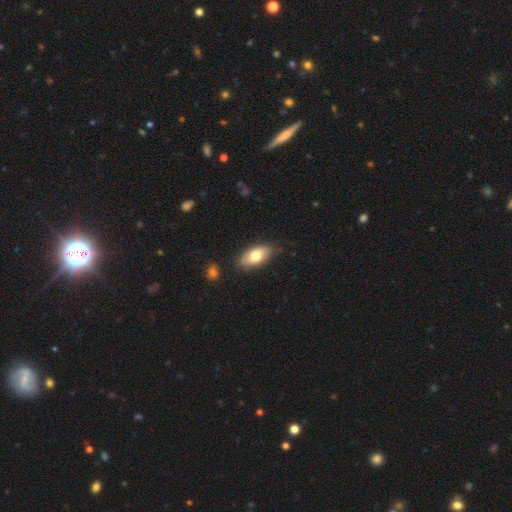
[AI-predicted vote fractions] The model was most divided on "smooth or featured": smooth: 74%, featured or disk: 20%, star or artifact: 6%. More confident: how rounded — in between (90%); merging — none (76%).